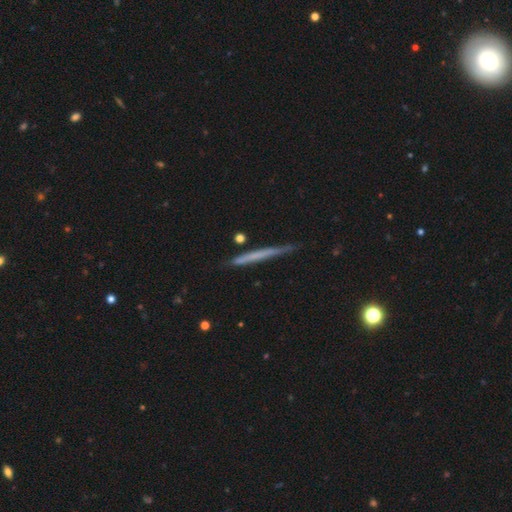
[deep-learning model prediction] Smooth or featured? smooth (49%)
Merging? none (82%)